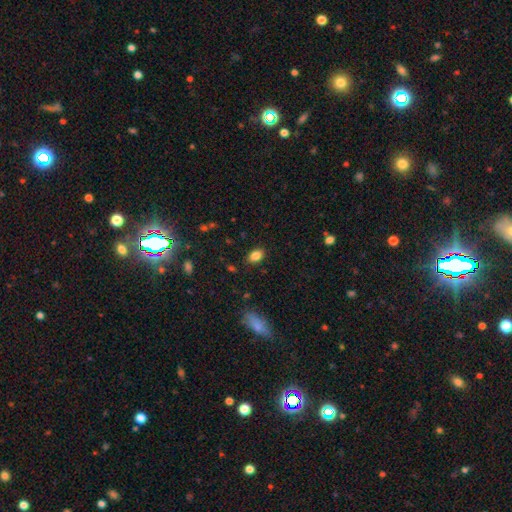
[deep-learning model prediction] Smooth or featured? Predicted: smooth (p=0.85). How rounded? Predicted: in between (p=0.82). Merging? Predicted: none (p=0.85).